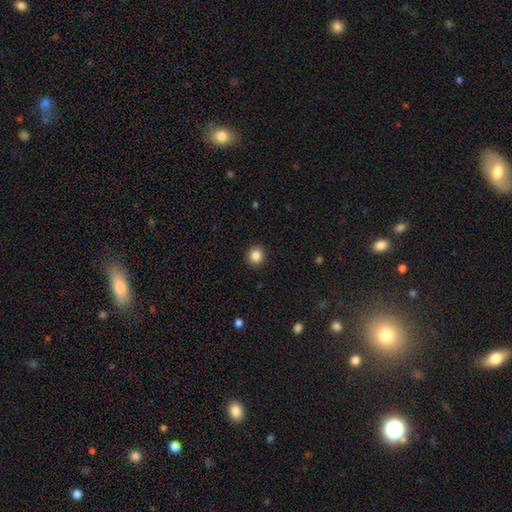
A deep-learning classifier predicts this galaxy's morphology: Smooth or featured?
  - smooth: 85% *
  - star or artifact: 11%
  - featured or disk: 4%
How rounded?
  - round: 94% *
  - in between: 5%
  - cigar-shaped: 1%
Merging?
  - none: 93% *
  - minor disturbance: 5%
  - major disturbance: 2%
  - merger: 1%